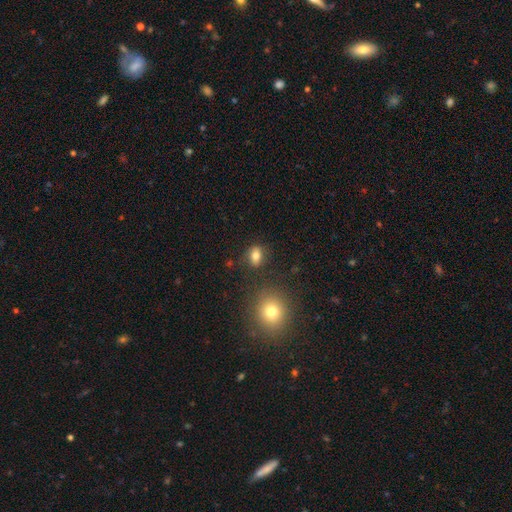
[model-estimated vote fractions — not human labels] This is likely a smooth galaxy (79%). How rounded: likely in between (61%). Merging: clearly none (82%).